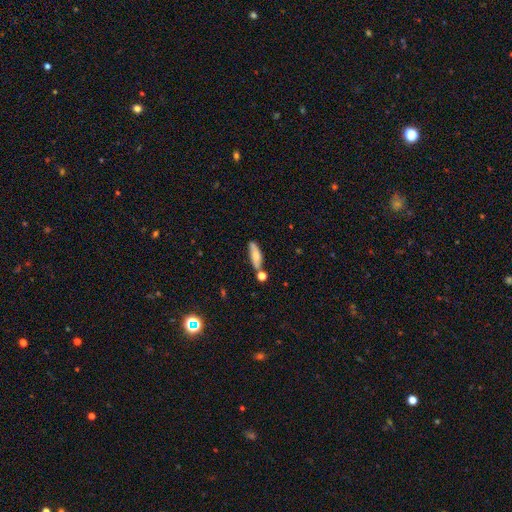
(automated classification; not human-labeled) This is likely a smooth galaxy (68%). How rounded: possibly cigar-shaped (52%). Merging: possibly none (57%).